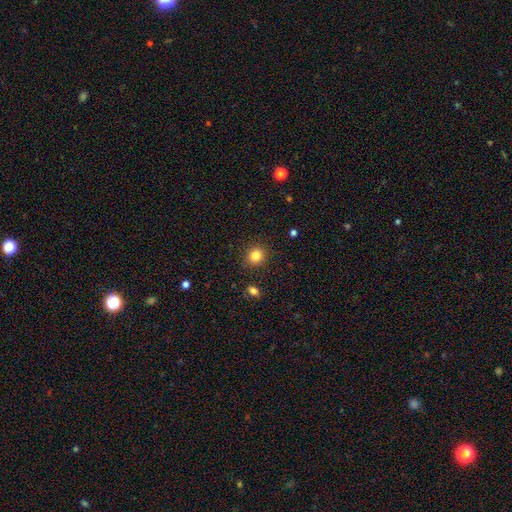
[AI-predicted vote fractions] Smooth or featured: smooth — 83% (star or artifact — 12%)
How rounded: round — 83% (in between — 16%)
Merging: none — 89% (minor disturbance — 7%)